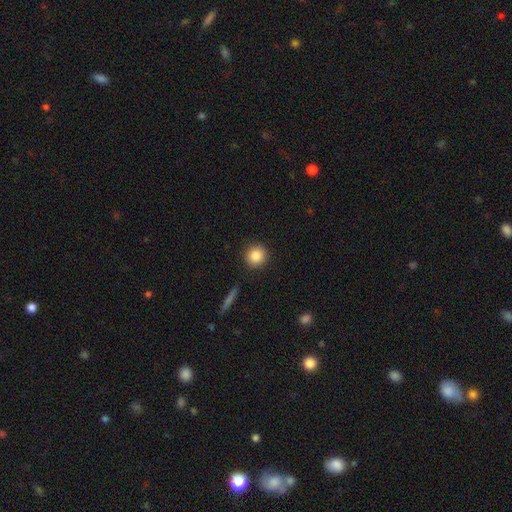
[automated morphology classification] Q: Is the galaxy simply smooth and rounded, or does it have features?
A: smooth — 86%.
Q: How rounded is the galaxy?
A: round — 92%.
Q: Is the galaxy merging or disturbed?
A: none — 90%.